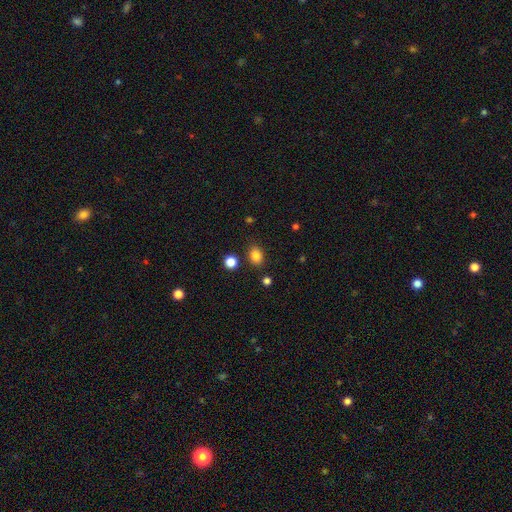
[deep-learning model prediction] A smooth galaxy with no disk features (83%) that is in between round and cigar-shaped (64%).

Vote fractions:
- Smooth or featured? smooth: 83% / star or artifact: 12% / featured or disk: 5%
- How rounded? in between: 64% / round: 35% / cigar-shaped: 1%
- Merging? none: 83% / minor disturbance: 10% / merger: 4% / major disturbance: 3%